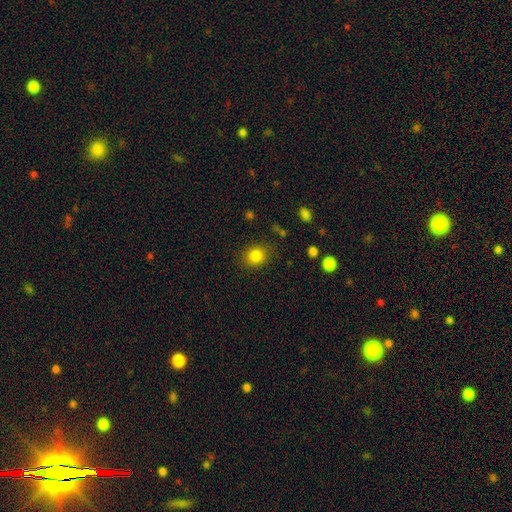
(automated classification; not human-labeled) Overall: smooth (83%). How rounded: round (66%; in between 33%). Merging: none (84%).